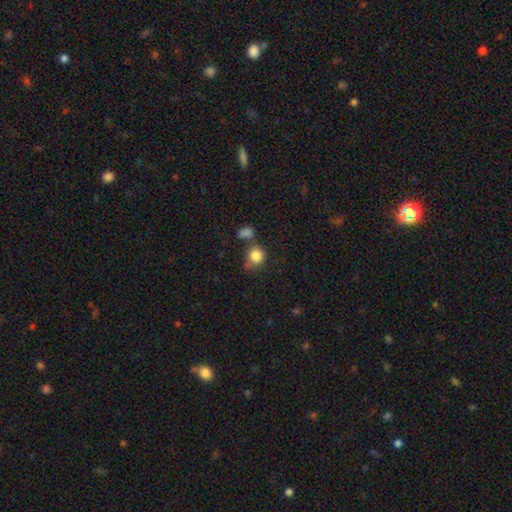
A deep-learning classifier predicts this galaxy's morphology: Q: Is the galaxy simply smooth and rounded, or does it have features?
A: smooth — 84%.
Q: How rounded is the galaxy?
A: round — 84%.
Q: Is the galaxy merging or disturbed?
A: none — 62%.